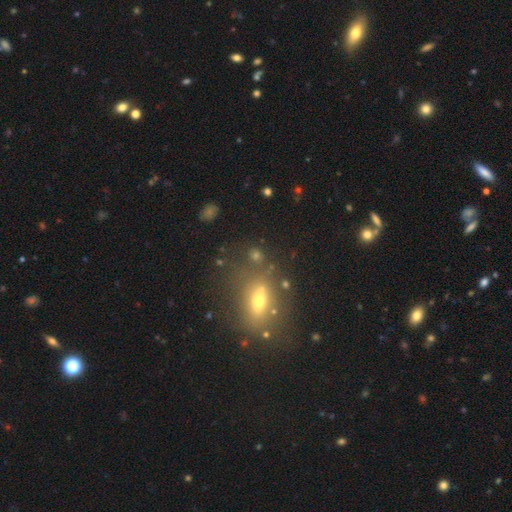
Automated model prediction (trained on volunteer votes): smooth 50%, star or artifact 29%, featured or disk 21%. Down the decision tree: how rounded — in between (46%); merging — none (67%).